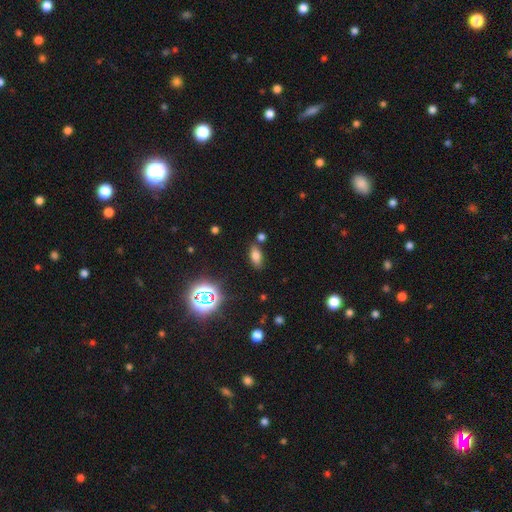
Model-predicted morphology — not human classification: smooth_or_featured: smooth (p=0.70) [alt: star or artifact p=0.19]
how_rounded: in between (p=0.85) [alt: cigar-shaped p=0.10]
merging: none (p=0.78) [alt: minor disturbance p=0.12]